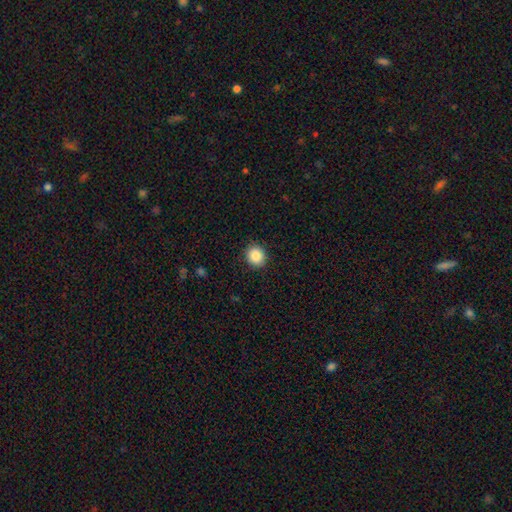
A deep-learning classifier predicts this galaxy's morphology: smooth_or_featured: smooth (p=0.88) [alt: star or artifact p=0.09]
how_rounded: round (p=0.85) [alt: in between p=0.14]
merging: none (p=0.91) [alt: minor disturbance p=0.06]